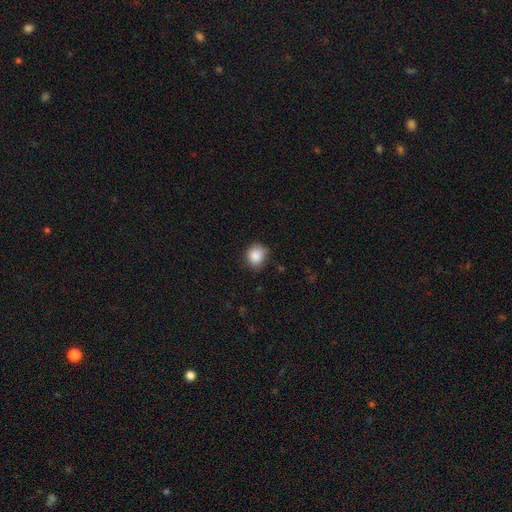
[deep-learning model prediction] smooth 87%, star or artifact 9%, featured or disk 4%. Down the decision tree: how rounded — round (74%); merging — none (70%).